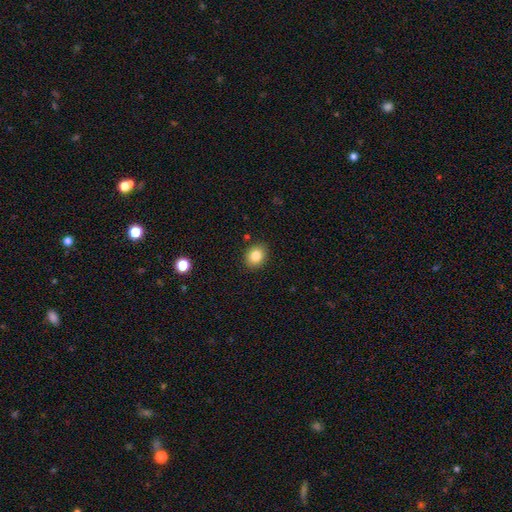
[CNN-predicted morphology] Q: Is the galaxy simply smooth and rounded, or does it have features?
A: smooth — 84%.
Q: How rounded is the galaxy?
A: round — 55%.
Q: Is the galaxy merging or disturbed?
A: none — 88%.